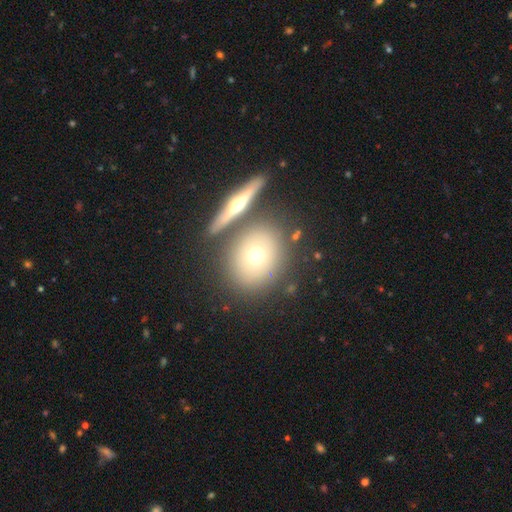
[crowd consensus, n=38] Volunteers were most divided on "how rounded": in between: 50%, round: 46%, cigar-shaped: 4%. More confident: merging — none (76%); smooth or featured — smooth (63%).